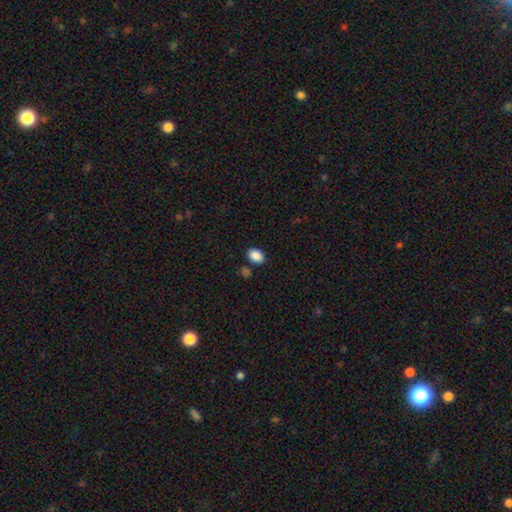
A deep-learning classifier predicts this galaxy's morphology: Overall: smooth (88%). How rounded: in between (81%). Merging: none (83%).